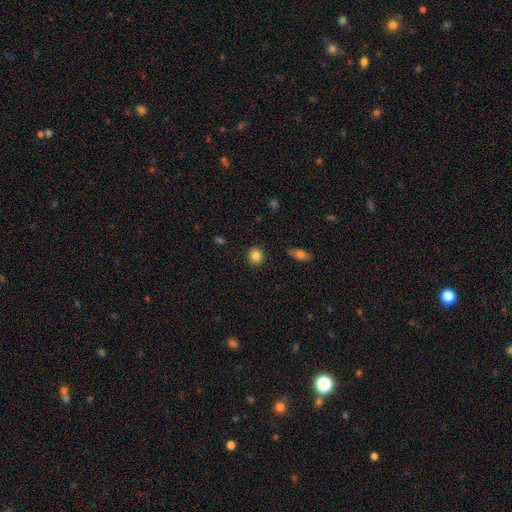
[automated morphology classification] A smooth galaxy with no disk features (85%) that is round (90%).

Vote fractions:
- Smooth or featured? smooth: 85% / star or artifact: 10% / featured or disk: 5%
- How rounded? round: 90% / in between: 9% / cigar-shaped: 1%
- Merging? none: 91% / minor disturbance: 6% / major disturbance: 2% / merger: 1%